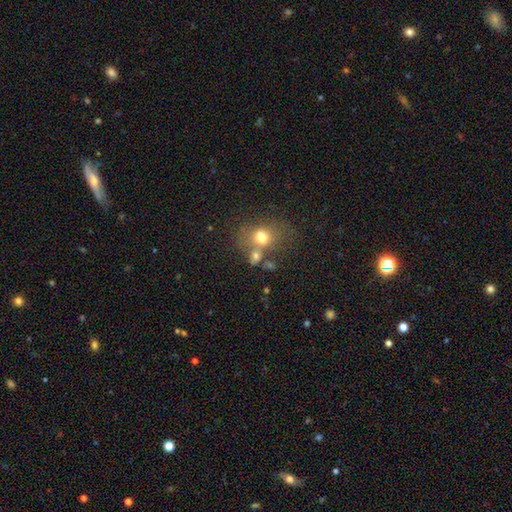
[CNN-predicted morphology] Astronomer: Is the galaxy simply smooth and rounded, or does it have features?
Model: smooth — 68%.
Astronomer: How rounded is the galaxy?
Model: round — 52% (runner-up: in between, 47%).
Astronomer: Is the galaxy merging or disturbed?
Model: none — 43% (runner-up: merger, 34%).